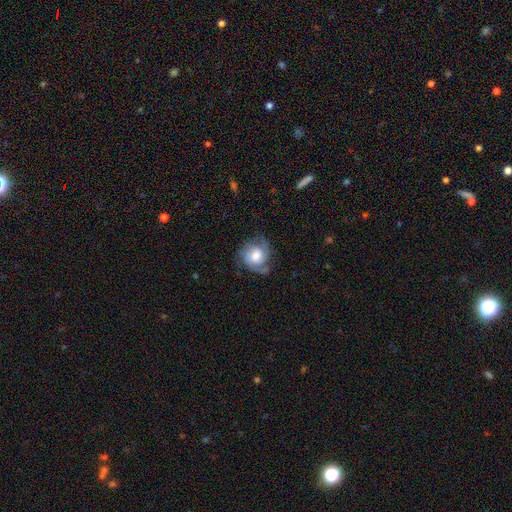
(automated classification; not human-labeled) A featured or disk galaxy (70%) with no bar (68%), 2 (42%) tight (49%) spiral arms (93%) and a moderate central bulge (49%). Merging: none (63%).